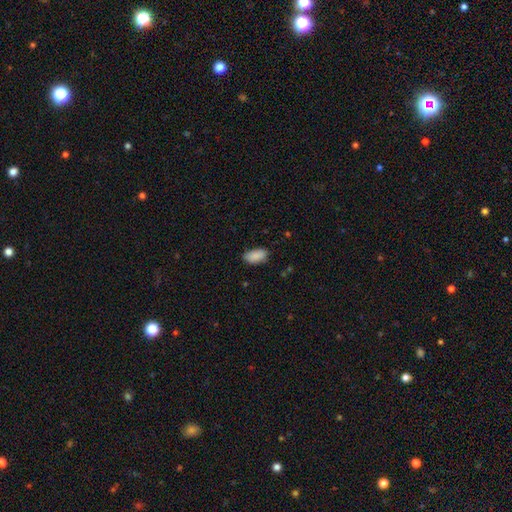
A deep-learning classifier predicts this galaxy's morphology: smooth_or_featured: smooth (p=0.89) [alt: star or artifact p=0.07]
how_rounded: in between (p=0.93) [alt: cigar-shaped p=0.04]
merging: none (p=0.78) [alt: minor disturbance p=0.17]